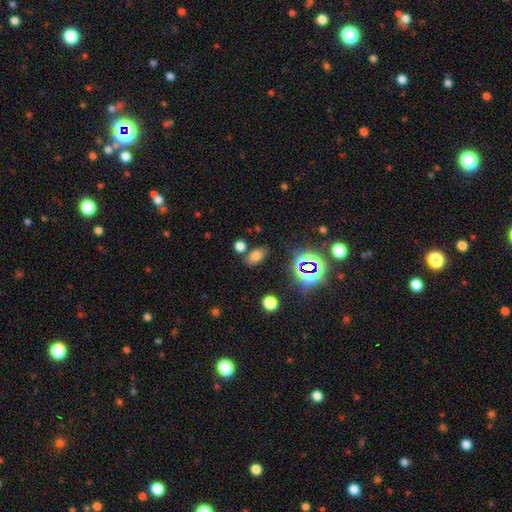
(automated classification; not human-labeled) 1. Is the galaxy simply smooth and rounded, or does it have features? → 67% smooth, 24% star or artifact, 9% featured or disk.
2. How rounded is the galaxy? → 85% in between, 12% round, 3% cigar-shaped.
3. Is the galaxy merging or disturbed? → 76% none, 11% minor disturbance, 9% merger, 4% major disturbance.